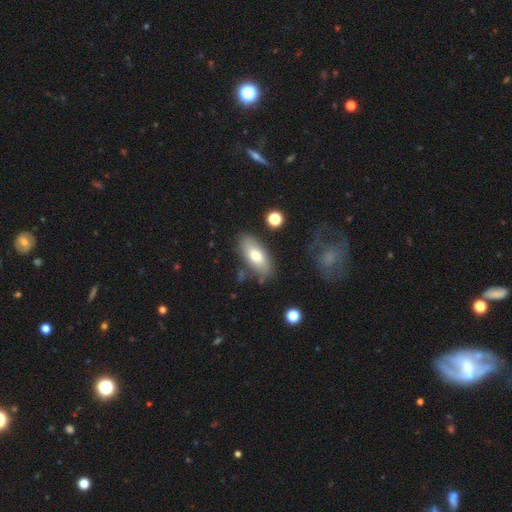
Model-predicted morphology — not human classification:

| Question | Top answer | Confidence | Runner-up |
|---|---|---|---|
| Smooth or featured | smooth | 73% | featured or disk (20%) |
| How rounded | in between | 86% | cigar-shaped (11%) |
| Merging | none | 77% | minor disturbance (14%) |